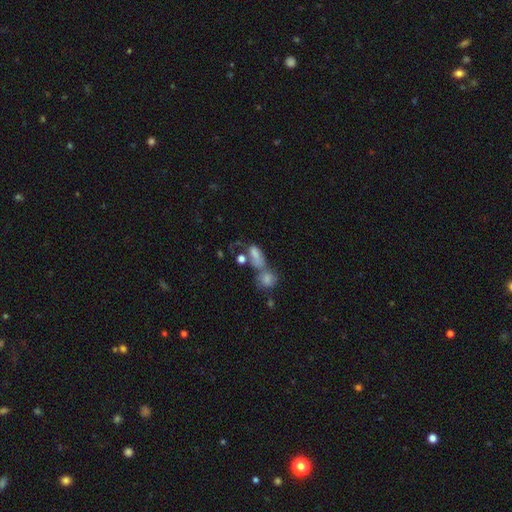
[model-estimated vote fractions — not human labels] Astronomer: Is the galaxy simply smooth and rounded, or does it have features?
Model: smooth — 72%.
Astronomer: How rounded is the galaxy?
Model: in between — 80%.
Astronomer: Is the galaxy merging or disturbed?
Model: merger — 53%.